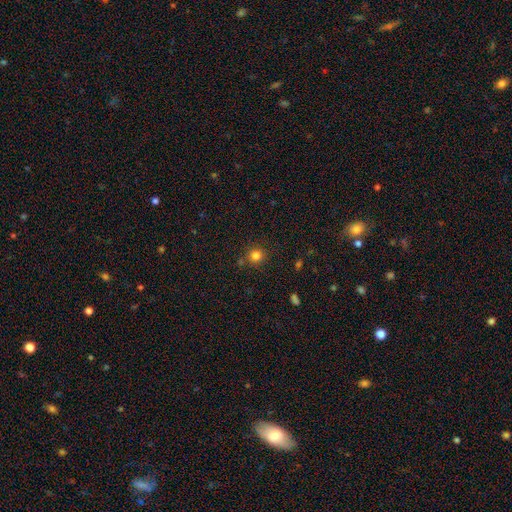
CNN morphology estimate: A smooth galaxy with no disk features (81%) that is round (92%). Merging: none (81%).